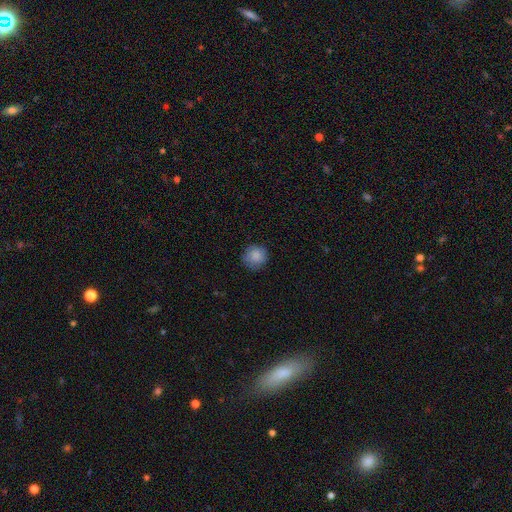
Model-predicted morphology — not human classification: Overall: smooth (86%). How rounded: round (91%). Merging: none (82%).